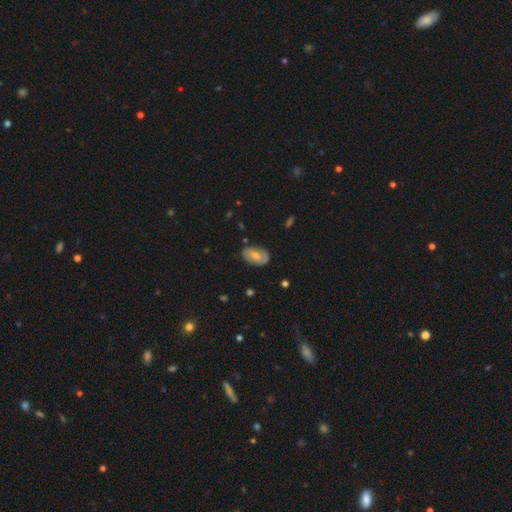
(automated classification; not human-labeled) The model was most divided on "smooth or featured": smooth: 53%, featured or disk: 39%, star or artifact: 7%. More confident: how rounded — in between (90%); merging — none (73%).